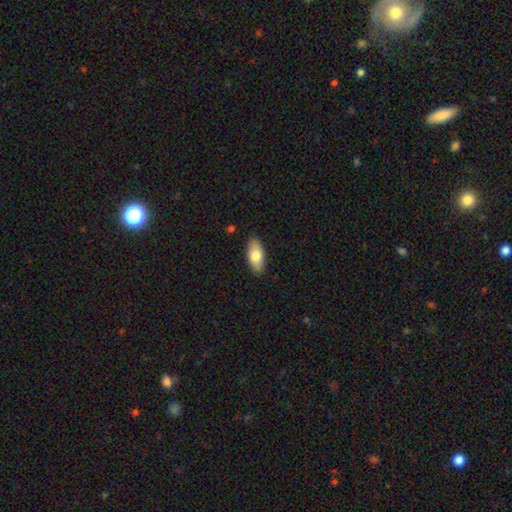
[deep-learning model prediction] Smooth or featured? Predicted: smooth (p=0.75). How rounded? Predicted: in between (p=0.86). Merging? Predicted: none (p=0.88).